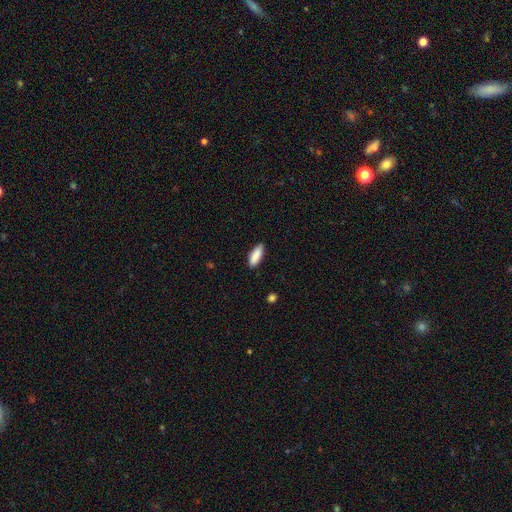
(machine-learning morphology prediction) Overall: smooth (89%). How rounded: in between (67%; cigar-shaped 31%). Merging: none (85%).